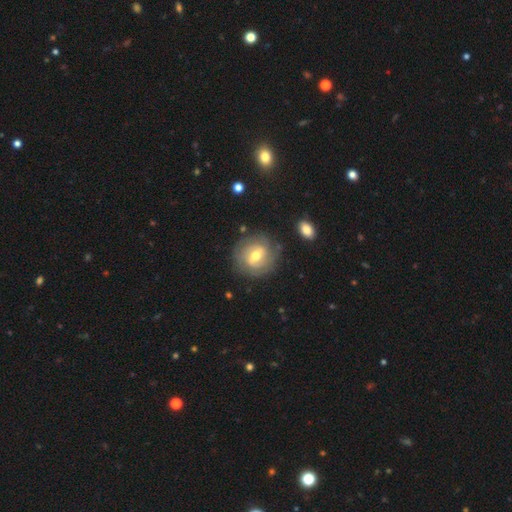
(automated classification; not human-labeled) featured or disk 68%, smooth 25%, star or artifact 7%. Down the decision tree: edge-on disk — no (96%); bar — weak (53%); spiral arms — yes (77%); bulge size — moderate (72%); merging — none (78%).